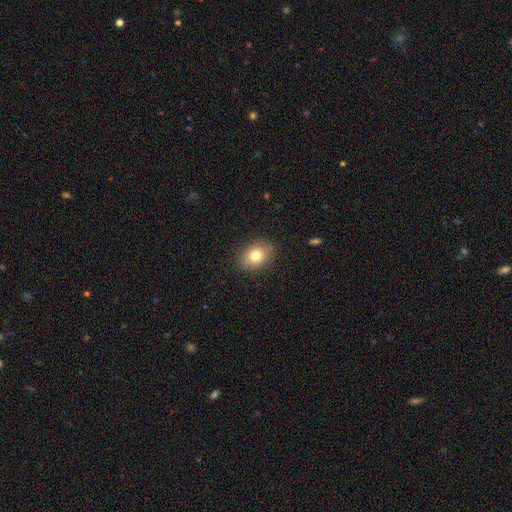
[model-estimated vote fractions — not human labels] Smooth or featured? Predicted: smooth (p=0.79). How rounded? Predicted: in between (p=0.74). Merging? Predicted: none (p=0.87).